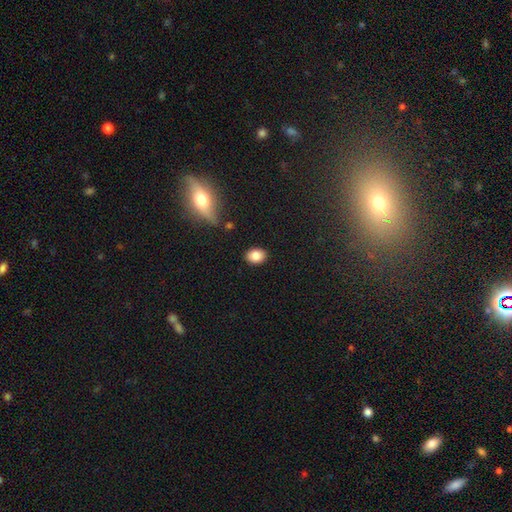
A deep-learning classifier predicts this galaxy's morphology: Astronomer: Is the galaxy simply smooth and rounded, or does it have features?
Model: smooth — 84%.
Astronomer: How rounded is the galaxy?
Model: in between — 67%.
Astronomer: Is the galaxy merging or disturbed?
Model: none — 87%.